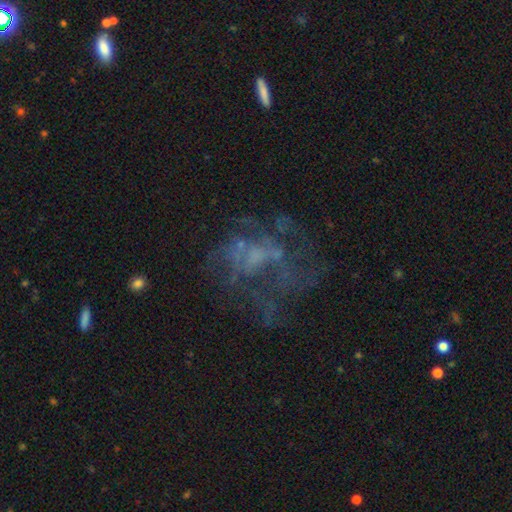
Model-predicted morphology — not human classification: A featured or disk galaxy (61%) with no bar (83%), no spiral arms (75%) and no central bulge (56%).

Vote fractions:
- Smooth or featured? featured or disk: 61% / star or artifact: 23% / smooth: 17%
- Edge-on disk? no: 98% / yes: 2%
- Bar? no: 83% / weak: 14% / strong: 3%
- Spiral arms? no: 75% / yes: 25%
- Bulge size? none: 56% / small: 24% / moderate: 16% / large: 3% / dominant: 1%
- Merging? none: 42% / major disturbance: 37% / minor disturbance: 15% / merger: 6%